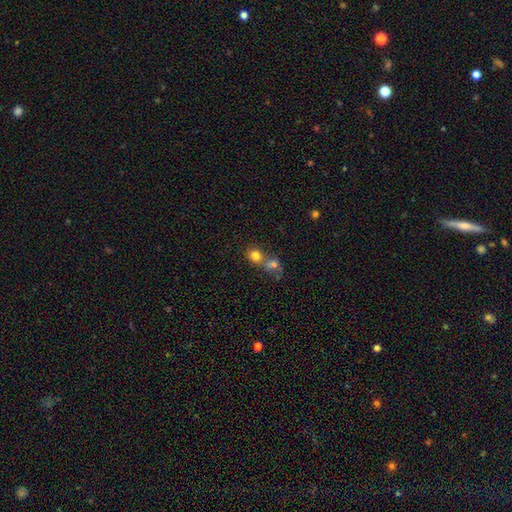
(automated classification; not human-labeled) A smooth galaxy with no disk features (78%) that is round (77%). Merging: merger (50%).